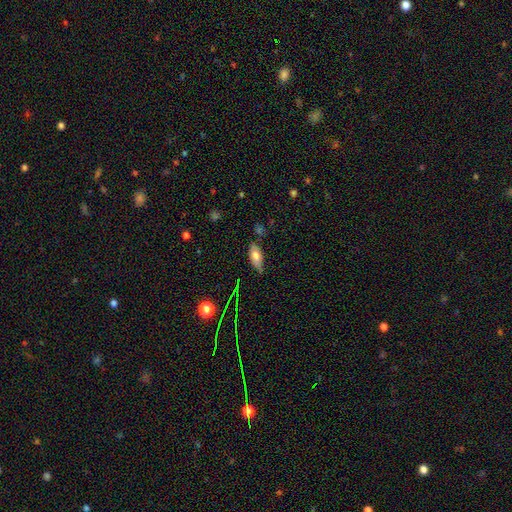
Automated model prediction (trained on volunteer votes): This is likely a smooth galaxy (70%). How rounded: clearly in between (82%). Merging: likely none (65%).